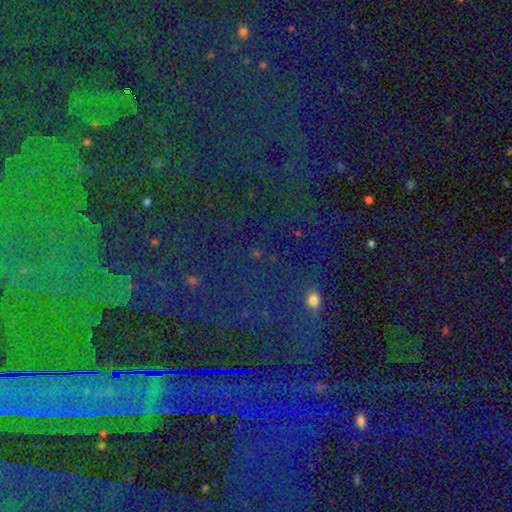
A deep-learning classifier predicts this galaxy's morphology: A star or artifact, not a galaxy (86%).

Vote fractions:
- Smooth or featured? star or artifact: 86% / smooth: 8% / featured or disk: 7%